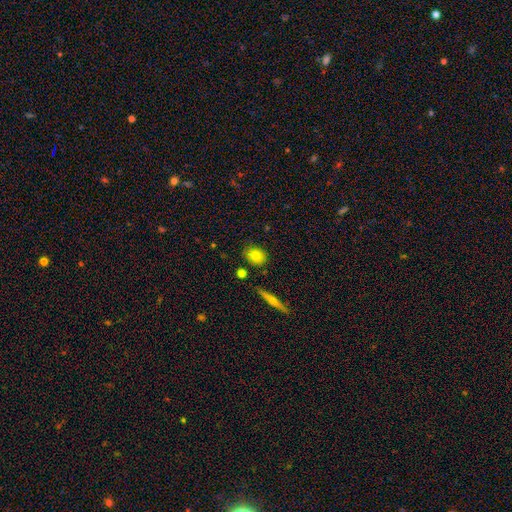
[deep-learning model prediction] Smooth or featured? Predicted: smooth (p=0.80). How rounded? Predicted: in between (p=0.51). Merging? Predicted: none (p=0.82).